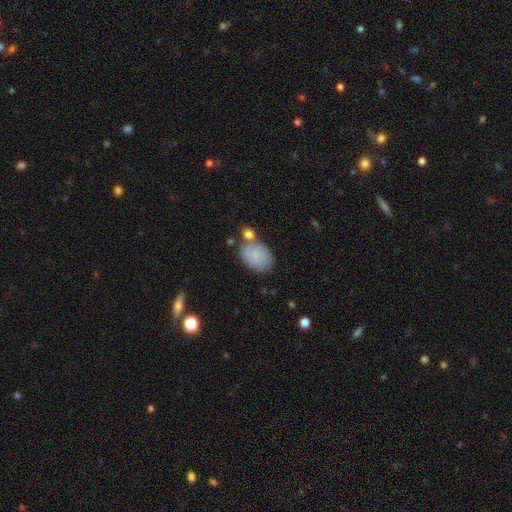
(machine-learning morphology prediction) type=smooth (81%); roundness=in between (83%); merging=none (56%).